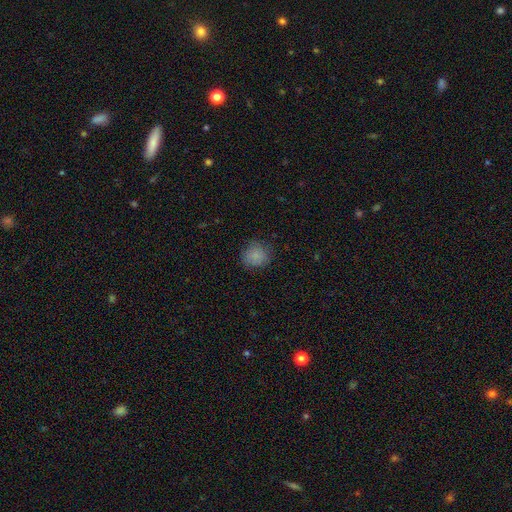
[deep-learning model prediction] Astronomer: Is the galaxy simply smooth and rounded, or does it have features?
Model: smooth — 84%.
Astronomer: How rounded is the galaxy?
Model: round — 84%.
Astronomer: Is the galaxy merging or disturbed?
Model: none — 81%.